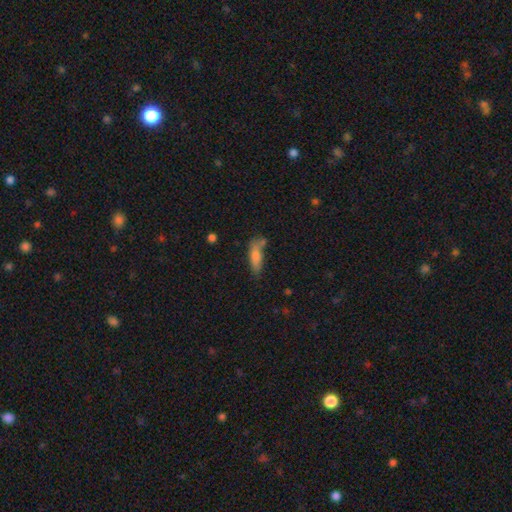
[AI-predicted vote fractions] This appears to be a smooth galaxy with no disk features (73%) that is cigar-shaped (52%). Merging: none (52%).